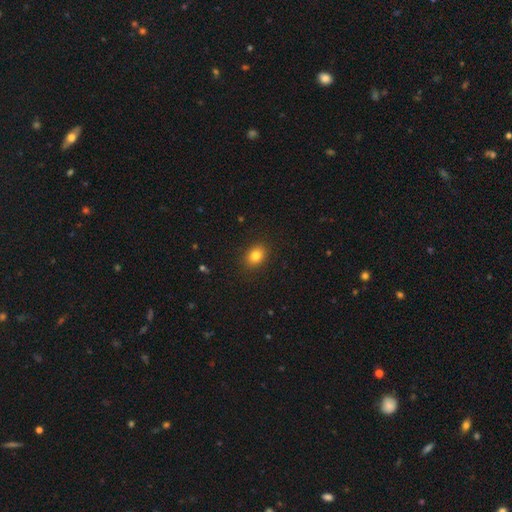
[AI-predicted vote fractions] A smooth galaxy with no disk features (82%) that is in between round and cigar-shaped (59%).

Vote fractions:
- Smooth or featured? smooth: 82% / star or artifact: 11% / featured or disk: 7%
- How rounded? in between: 59% / round: 40% / cigar-shaped: 1%
- Merging? none: 89% / minor disturbance: 8% / major disturbance: 2% / merger: 1%